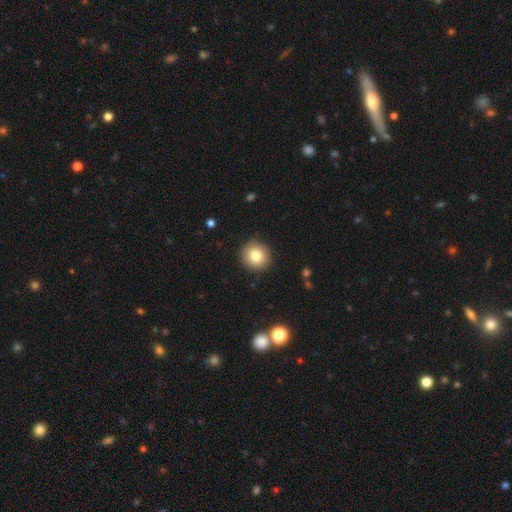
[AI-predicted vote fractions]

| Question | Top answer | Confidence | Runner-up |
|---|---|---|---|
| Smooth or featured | smooth | 80% | star or artifact (10%) |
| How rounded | round | 93% | in between (6%) |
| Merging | none | 90% | minor disturbance (7%) |